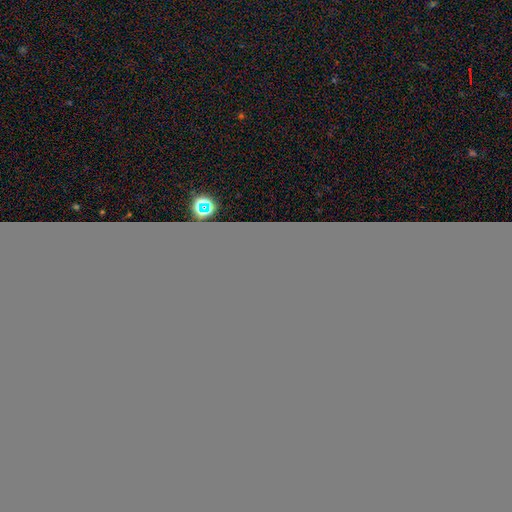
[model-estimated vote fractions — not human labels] Morphology: type=smooth (81%); roundness=round (95%); merging=none (89%).